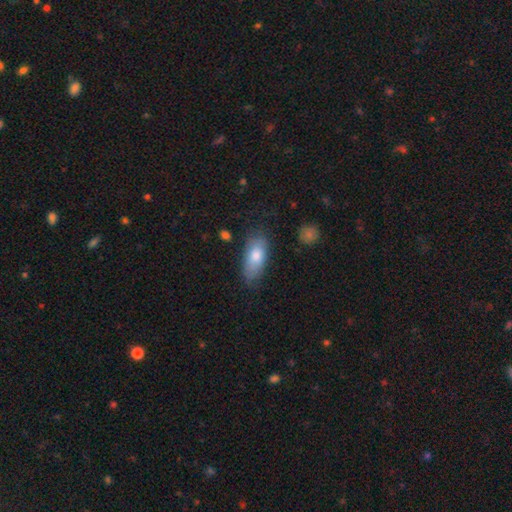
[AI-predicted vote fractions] A smooth galaxy with no disk features (77%) that is in between round and cigar-shaped (85%).

Vote fractions:
- Smooth or featured? smooth: 77% / featured or disk: 16% / star or artifact: 7%
- How rounded? in between: 85% / cigar-shaped: 12% / round: 3%
- Merging? none: 72% / minor disturbance: 21% / major disturbance: 5% / merger: 2%